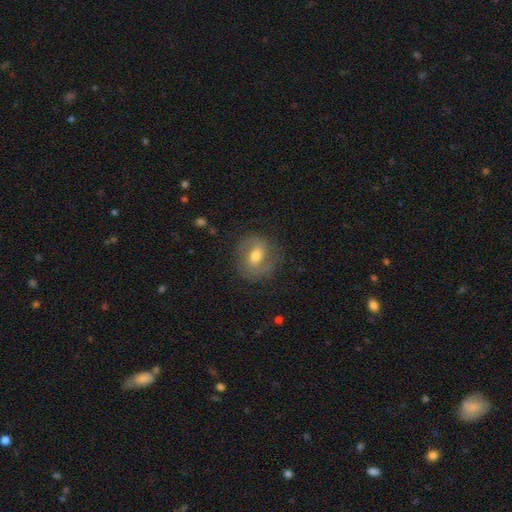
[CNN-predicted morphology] Smooth or featured? featured or disk (54%)
Edge-on disk? no (95%)
Bar? weak (47%)
Spiral arms? yes (73%)
Bulge size? moderate (69%)
Merging? none (78%)